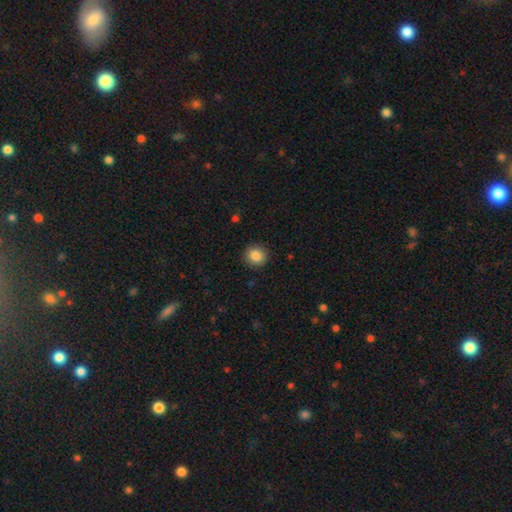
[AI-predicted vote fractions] A smooth galaxy with no disk features (86%) that is round (89%).

Vote fractions:
- Smooth or featured? smooth: 86% / star or artifact: 9% / featured or disk: 5%
- How rounded? round: 89% / in between: 10% / cigar-shaped: 1%
- Merging? none: 91% / minor disturbance: 6% / major disturbance: 2% / merger: 1%